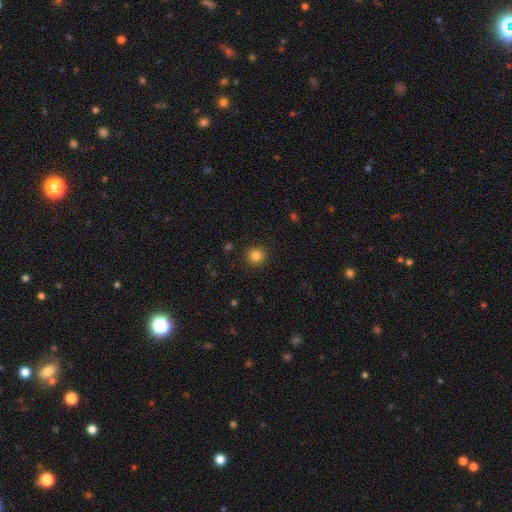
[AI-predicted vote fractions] smooth_or_featured: smooth (p=0.83) [alt: star or artifact p=0.12]
how_rounded: round (p=0.93) [alt: in between p=0.06]
merging: none (p=0.91) [alt: minor disturbance p=0.06]